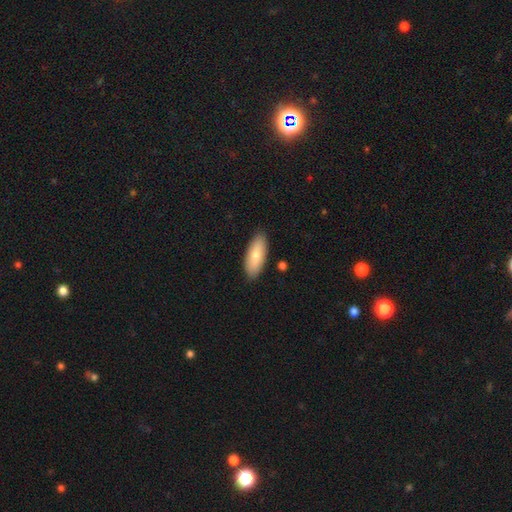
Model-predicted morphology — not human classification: A smooth galaxy with no disk features (78%) that is in between round and cigar-shaped (79%).

Vote fractions:
- Smooth or featured? smooth: 78% / featured or disk: 16% / star or artifact: 5%
- How rounded? in between: 79% / cigar-shaped: 19% / round: 2%
- Merging? none: 87% / minor disturbance: 9% / major disturbance: 2% / merger: 2%